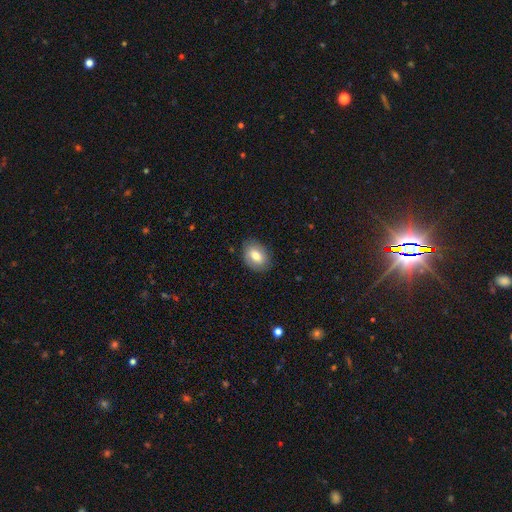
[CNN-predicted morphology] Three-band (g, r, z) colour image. It shows a smooth galaxy with no disk features (76%) that is in between round and cigar-shaped (80%). Merging: none (84%).